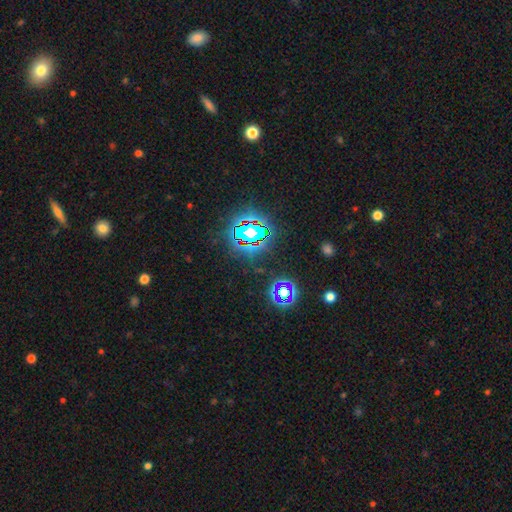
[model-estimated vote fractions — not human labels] Q: Smooth or featured?
A: star or artifact (81%); runner-up: smooth (11%)